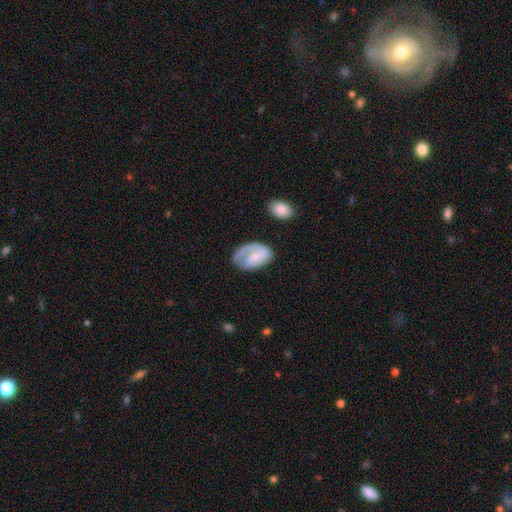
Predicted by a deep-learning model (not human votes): Smooth or featured: featured or disk — 55% (smooth — 39%)
Edge-on disk: no — 97% (yes — 3%)
Bar: no — 55% (weak — 36%)
Spiral arms: yes — 83% (no — 17%)
Bulge size: small — 42% (none — 27%)
Merging: none — 55% (minor disturbance — 24%)